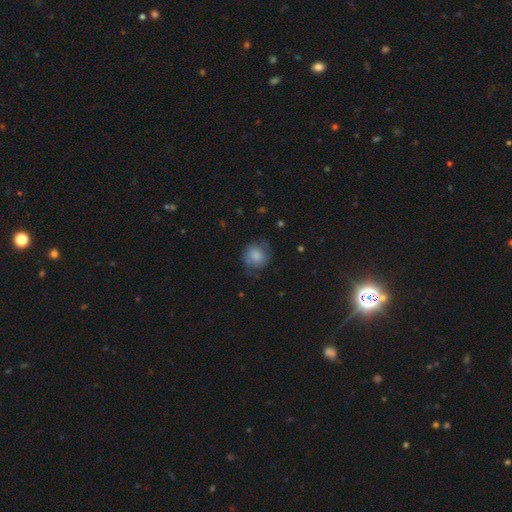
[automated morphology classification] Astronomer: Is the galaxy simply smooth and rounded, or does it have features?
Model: smooth — 77%.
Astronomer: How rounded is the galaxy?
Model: round — 82%.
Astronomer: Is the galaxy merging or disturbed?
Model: none — 64%.